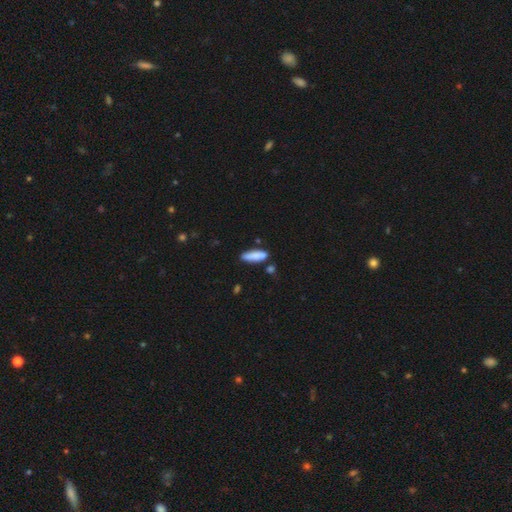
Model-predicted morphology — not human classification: This appears to be a smooth galaxy with no disk features (85%) that is cigar-shaped (55%). Merging: none (75%).